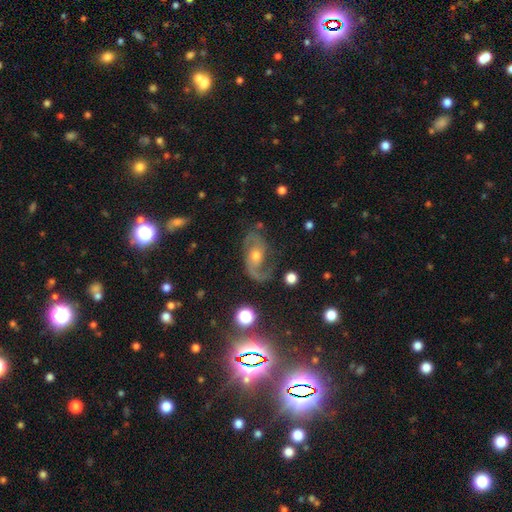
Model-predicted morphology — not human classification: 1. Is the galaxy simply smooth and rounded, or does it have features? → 76% featured or disk, 15% star or artifact, 9% smooth.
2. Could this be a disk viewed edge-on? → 95% no, 5% yes.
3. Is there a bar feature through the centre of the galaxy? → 59% no, 31% weak, 10% strong.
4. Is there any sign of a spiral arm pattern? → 93% yes, 7% no.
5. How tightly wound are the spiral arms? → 44% medium, 34% loose, 21% tight.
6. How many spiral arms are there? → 68% 2, 19% 1, 8% can't tell, 3% 3, 1% 4, 1% more than 4.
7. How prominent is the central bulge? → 61% moderate, 32% small, 4% large, 2% none, 1% dominant.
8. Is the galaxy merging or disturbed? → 60% none, 20% minor disturbance, 18% major disturbance, 3% merger.